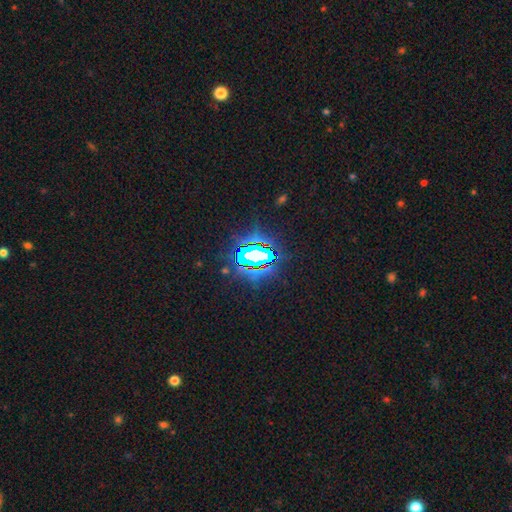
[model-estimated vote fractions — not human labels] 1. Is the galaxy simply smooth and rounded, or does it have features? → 75% star or artifact, 13% smooth, 12% featured or disk.